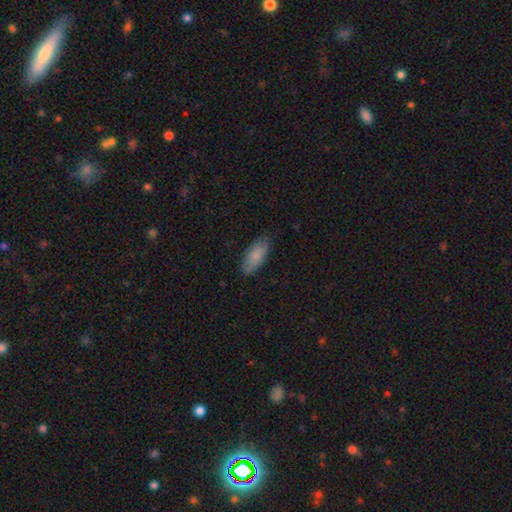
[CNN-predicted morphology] Smooth or featured?
  - smooth: 84% *
  - featured or disk: 10%
  - star or artifact: 6%
How rounded?
  - in between: 81% *
  - cigar-shaped: 17%
  - round: 2%
Merging?
  - none: 83% *
  - minor disturbance: 14%
  - major disturbance: 2%
  - merger: 1%